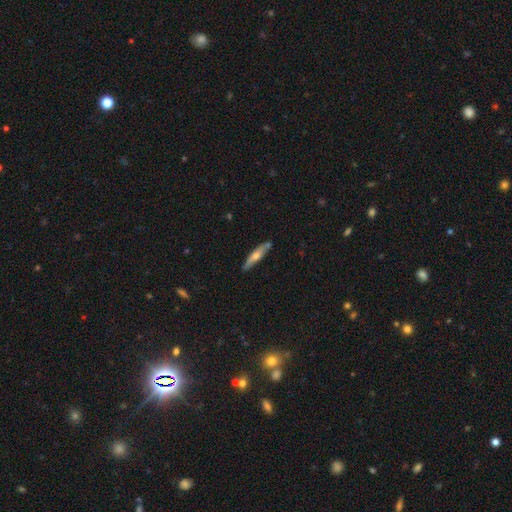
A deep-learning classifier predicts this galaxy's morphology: Smooth or featured? Predicted: featured or disk (p=0.52). Edge-on disk? Predicted: yes (p=0.87). Merging? Predicted: none (p=0.83).